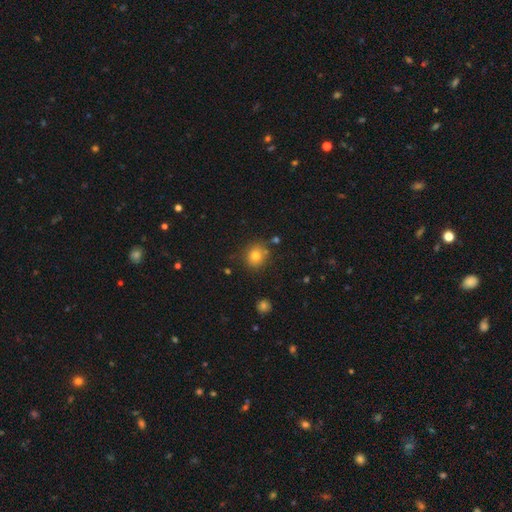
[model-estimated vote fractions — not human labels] smooth_or_featured: smooth (p=0.78) [alt: star or artifact p=0.13]
how_rounded: round (p=0.83) [alt: in between p=0.16]
merging: none (p=0.81) [alt: minor disturbance p=0.11]